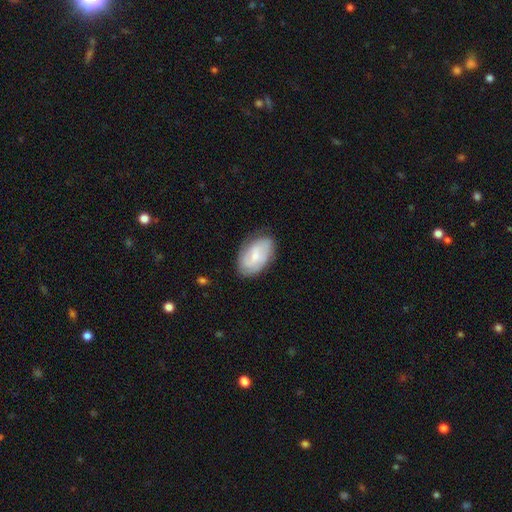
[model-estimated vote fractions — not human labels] Morphology: type=featured or disk (50%); merging=none (75%).